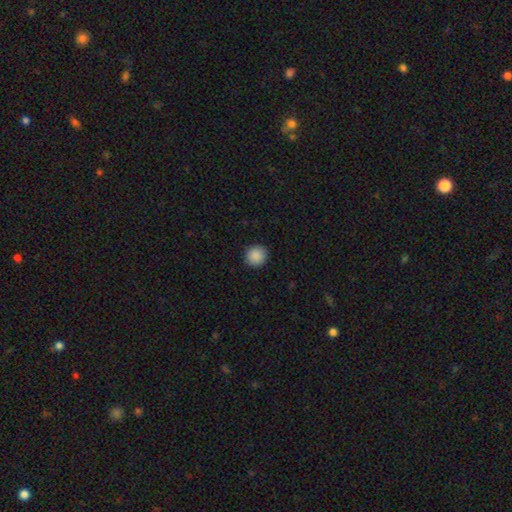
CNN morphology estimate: Smooth or featured: smooth — 89% (star or artifact — 8%)
How rounded: round — 91% (in between — 8%)
Merging: none — 92% (minor disturbance — 6%)